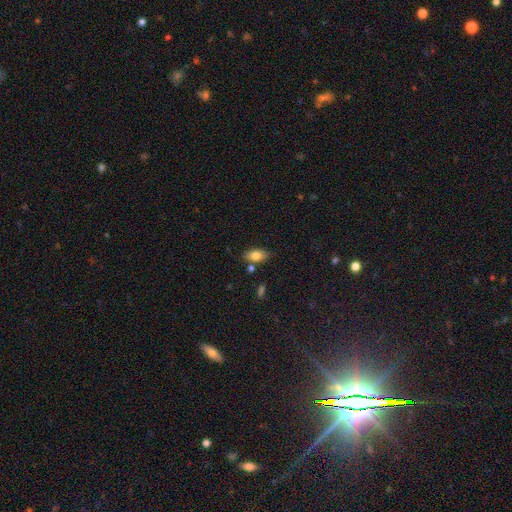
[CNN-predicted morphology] A smooth galaxy with no disk features (79%) that is in between round and cigar-shaped (91%). Merging: none (77%).